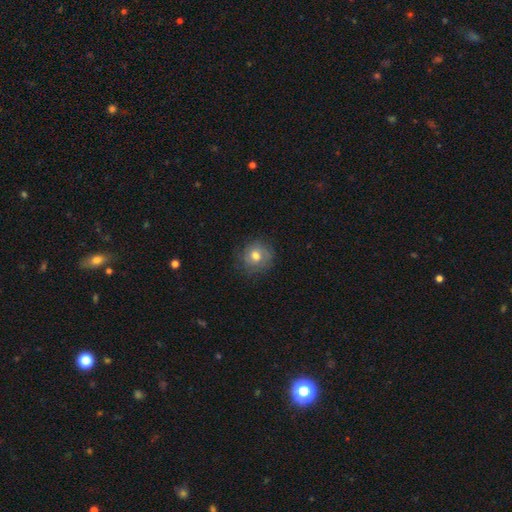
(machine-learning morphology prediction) The model was most divided on "smooth or featured": smooth: 57%, featured or disk: 33%, star or artifact: 10%. More confident: how rounded — round (86%); merging — none (76%).